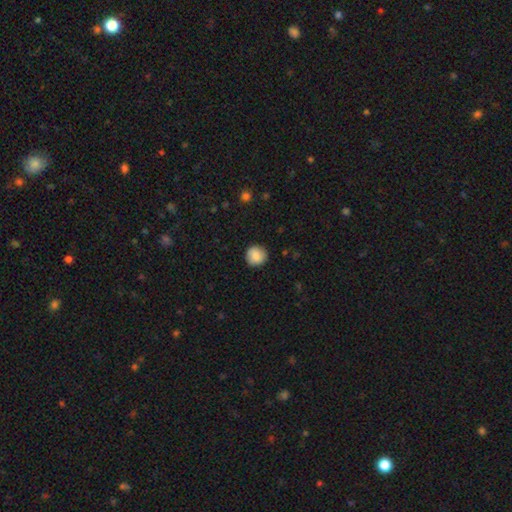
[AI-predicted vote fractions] Smooth or featured: smooth — 82% (featured or disk — 11%)
How rounded: round — 93% (in between — 6%)
Merging: none — 88% (minor disturbance — 8%)